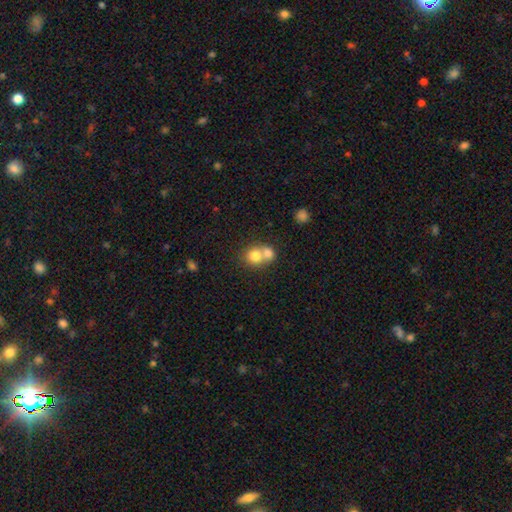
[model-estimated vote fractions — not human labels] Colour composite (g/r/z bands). It shows a smooth galaxy with no disk features (76%) that is round (77%). Merging: merger (63%).